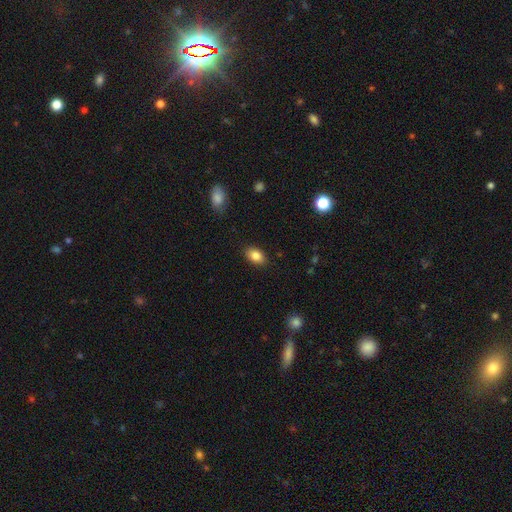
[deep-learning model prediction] smooth-or-featured: smooth: 84% | star or artifact: 8% | featured or disk: 7%
  how-rounded: in between: 85% | round: 13% | cigar-shaped: 1%
  merging: none: 87% | minor disturbance: 10% | major disturbance: 2% | merger: 1%